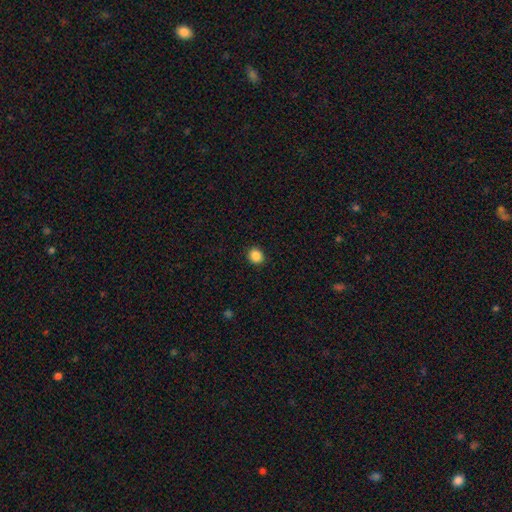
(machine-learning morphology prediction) The model was most divided on "how rounded": round: 76%, in between: 24%, cigar-shaped: 1%. More confident: merging — none (91%); smooth or featured — smooth (87%).